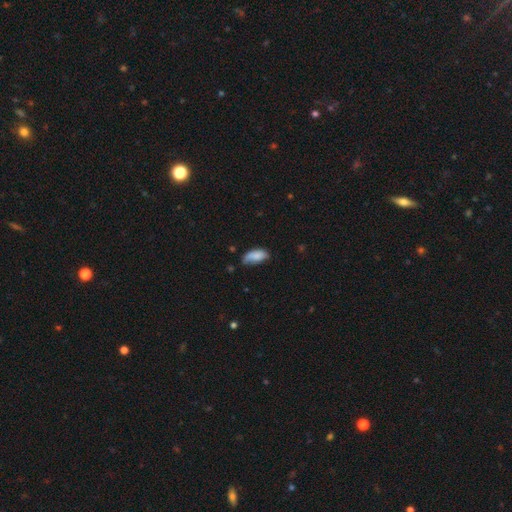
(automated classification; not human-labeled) A smooth galaxy with no disk features (80%) that is in between round and cigar-shaped (88%).

Vote fractions:
- Smooth or featured? smooth: 80% / featured or disk: 13% / star or artifact: 7%
- How rounded? in between: 88% / cigar-shaped: 10% / round: 2%
- Merging? none: 45% / minor disturbance: 39% / major disturbance: 12% / merger: 3%